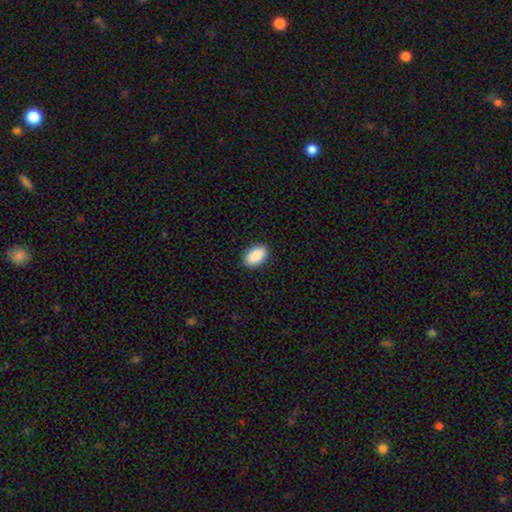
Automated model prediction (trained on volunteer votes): A smooth galaxy with no disk features (91%) that is in between round and cigar-shaped (94%).

Vote fractions:
- Smooth or featured? smooth: 91% / star or artifact: 6% / featured or disk: 3%
- How rounded? in between: 94% / round: 5% / cigar-shaped: 1%
- Merging? none: 90% / minor disturbance: 7% / major disturbance: 2% / merger: 1%